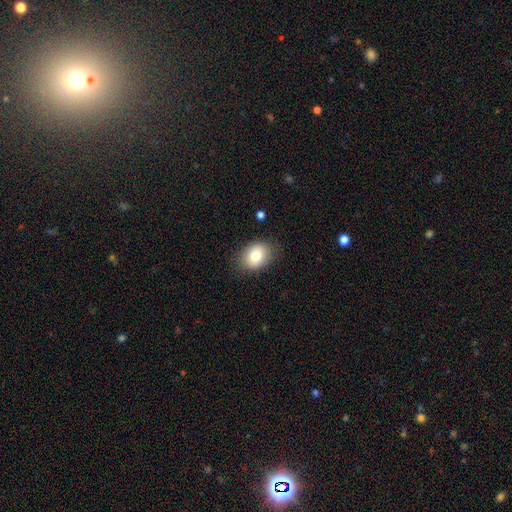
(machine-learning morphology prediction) A smooth galaxy with no disk features (80%) that is in between round and cigar-shaped (70%).

Vote fractions:
- Smooth or featured? smooth: 80% / featured or disk: 12% / star or artifact: 8%
- How rounded? in between: 70% / round: 29% / cigar-shaped: 1%
- Merging? none: 83% / minor disturbance: 13% / major disturbance: 3% / merger: 1%